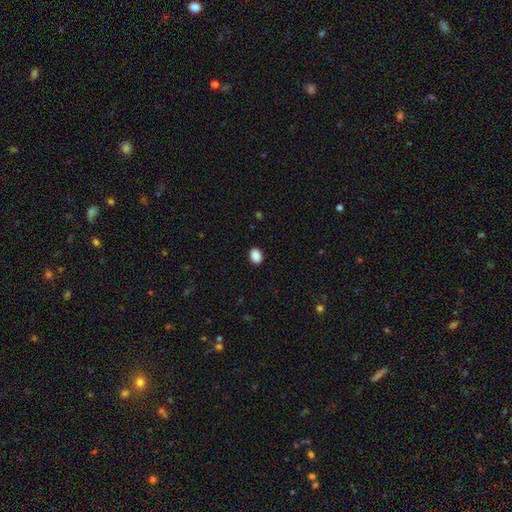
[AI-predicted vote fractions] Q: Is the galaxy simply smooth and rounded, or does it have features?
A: smooth — 89%.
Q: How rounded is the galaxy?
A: in between — 74%.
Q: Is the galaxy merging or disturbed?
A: none — 90%.